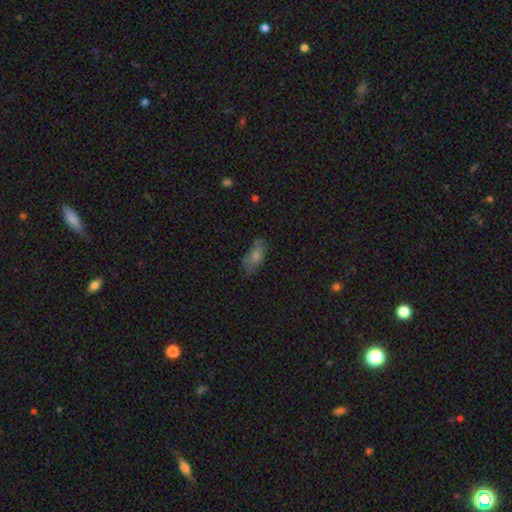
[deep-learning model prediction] Morphology: type=smooth (63%); roundness=in between (79%); merging=none (75%).